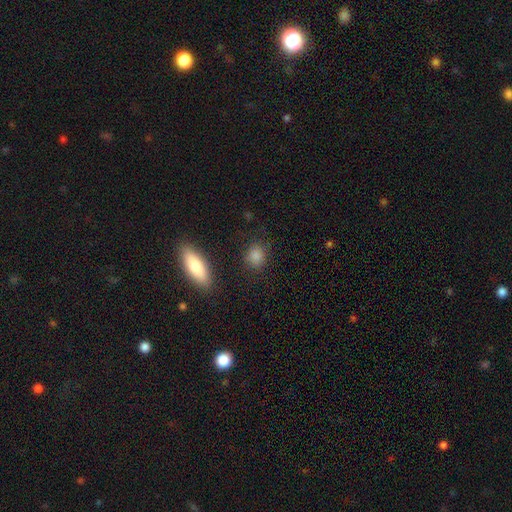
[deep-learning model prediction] Overall: smooth (83%). How rounded: round (53%; in between 42%). Merging: none (83%).